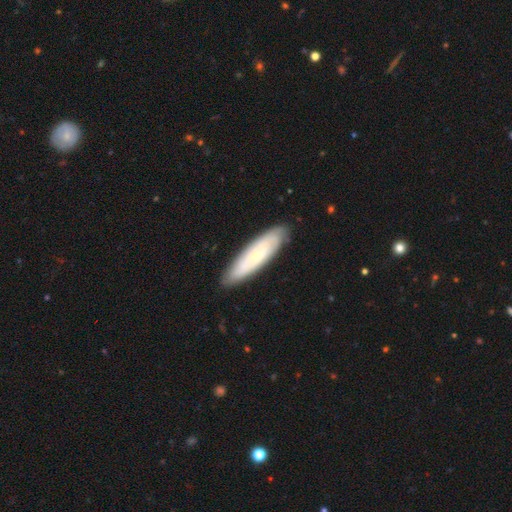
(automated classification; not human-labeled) Overall: smooth (51%; featured or disk 43%). How rounded: cigar-shaped (69%). Merging: none (86%).